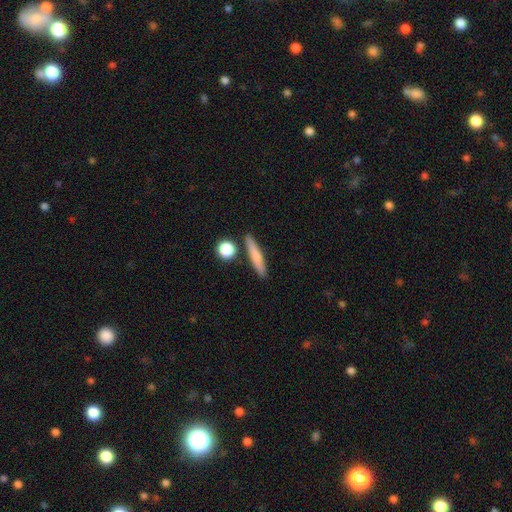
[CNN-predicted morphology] smooth-or-featured: smooth: 72% | featured or disk: 21% | star or artifact: 7%
  how-rounded: cigar-shaped: 84% | in between: 11% | round: 6%
  merging: none: 83% | minor disturbance: 9% | merger: 6% | major disturbance: 2%